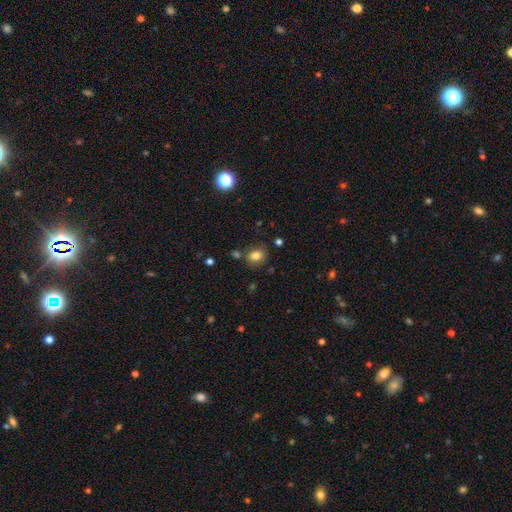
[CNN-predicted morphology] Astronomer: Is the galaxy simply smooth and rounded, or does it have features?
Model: smooth — 81%.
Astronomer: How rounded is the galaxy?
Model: in between — 53% (runner-up: round, 46%).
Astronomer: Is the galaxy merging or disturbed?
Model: none — 73%.